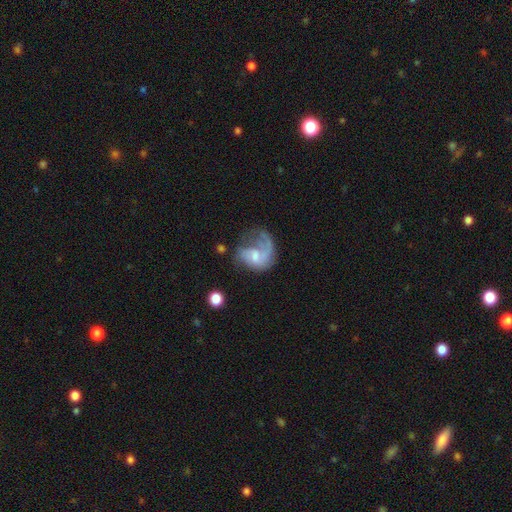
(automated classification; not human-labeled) A featured or disk galaxy (68%) with no bar (53%), 1 (64%) loose (53%) spiral arms (82%) and a small central bulge (39%, tied with moderate).

Vote fractions:
- Smooth or featured? featured or disk: 68% / smooth: 24% / star or artifact: 8%
- Edge-on disk? no: 98% / yes: 2%
- Bar? no: 53% / weak: 41% / strong: 6%
- Spiral arms? yes: 82% / no: 18%
- Spiral winding? loose: 53% / medium: 35% / tight: 12%
- Spiral arm count? 1: 64% / 2: 20% / can't tell: 10% / 3: 4% / 4: 1% / more than 4: 1%
- Bulge size? small: 39% (tied) / moderate: 39% (tied) / none: 15% / large: 5% / dominant: 2%
- Merging? major disturbance: 50% / none: 27% / minor disturbance: 17% / merger: 6%